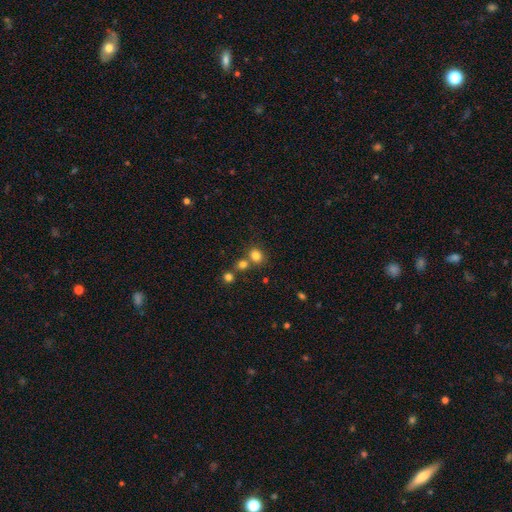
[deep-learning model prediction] Smooth or featured?
  - smooth: 79% *
  - star or artifact: 14%
  - featured or disk: 7%
How rounded?
  - round: 70% *
  - in between: 29%
  - cigar-shaped: 1%
Merging?
  - none: 62% *
  - merger: 25%
  - minor disturbance: 10%
  - major disturbance: 4%